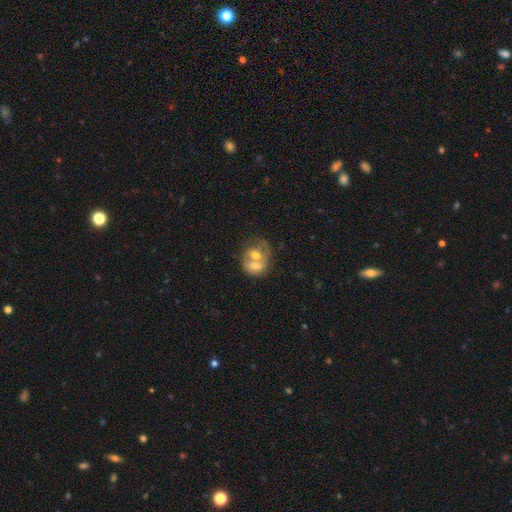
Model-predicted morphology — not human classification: Smooth or featured: smooth — 54% (featured or disk — 38%)
How rounded: in between — 50% (round — 49%)
Merging: merger — 71% (none — 17%)